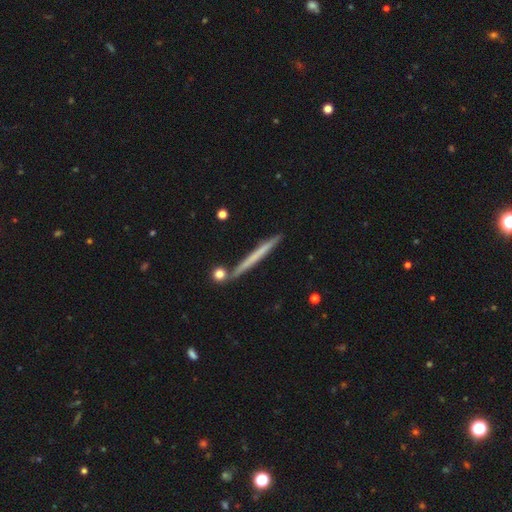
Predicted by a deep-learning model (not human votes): A smooth galaxy with no disk features (50%) that is cigar-shaped (97%). Merging: none (86%).